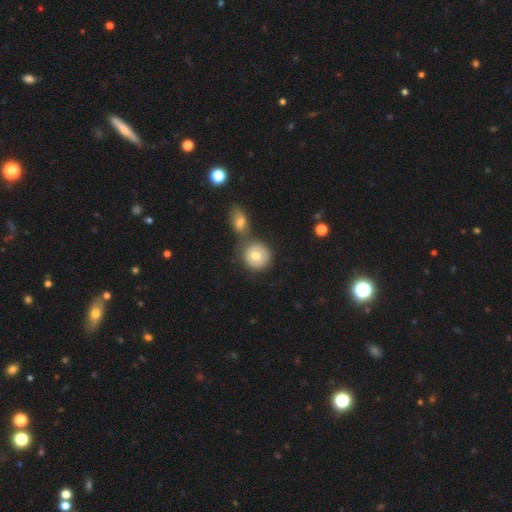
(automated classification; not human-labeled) The model was most divided on "merging": none: 58%, merger: 28%, minor disturbance: 10%, major disturbance: 4%. More confident: how rounded — round (90%); smooth or featured — smooth (73%).